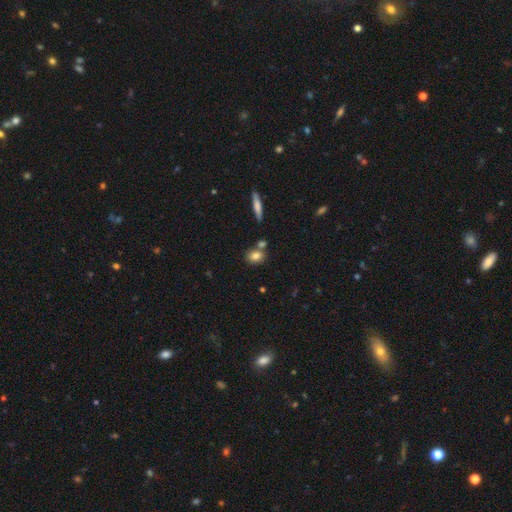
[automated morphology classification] Smooth or featured? smooth (79%)
How rounded? in between (54%)
Merging? none (66%)